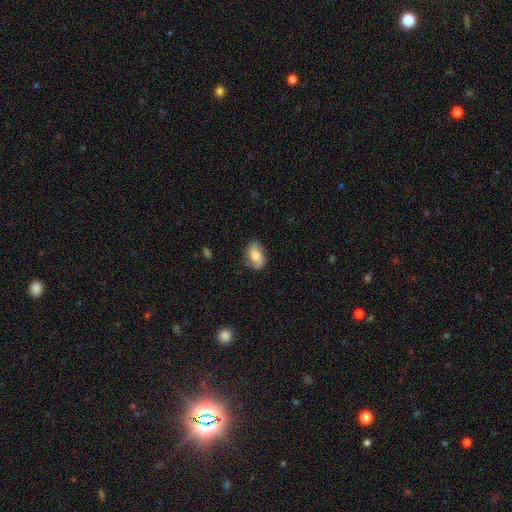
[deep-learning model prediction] Morphology: type=smooth (54%); roundness=in between (87%); merging=none (72%).